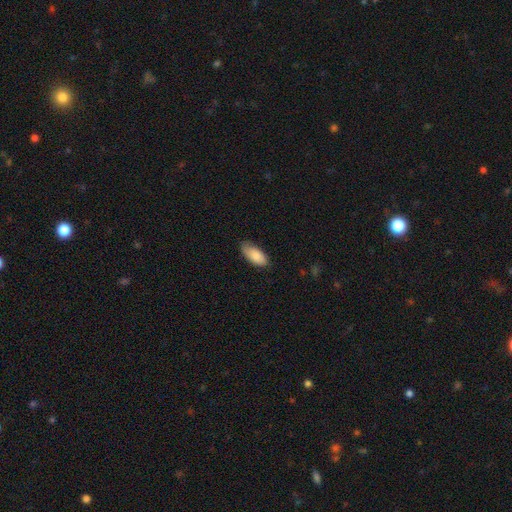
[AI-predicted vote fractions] Smooth or featured?
  - smooth: 85% *
  - featured or disk: 9%
  - star or artifact: 6%
How rounded?
  - in between: 89% *
  - cigar-shaped: 9%
  - round: 2%
Merging?
  - none: 72% *
  - minor disturbance: 23%
  - major disturbance: 4%
  - merger: 1%